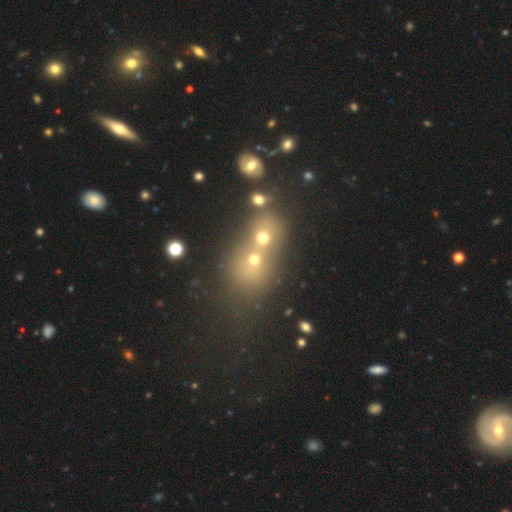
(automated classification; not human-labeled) The model was most divided on "smooth or featured": smooth: 47%, star or artifact: 34%, featured or disk: 19%. More confident: merging — merger (57%).